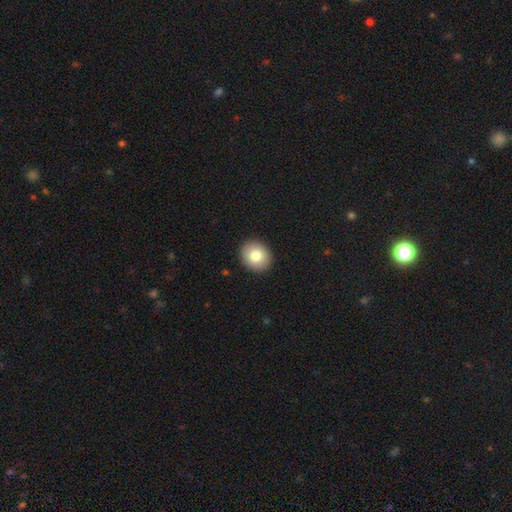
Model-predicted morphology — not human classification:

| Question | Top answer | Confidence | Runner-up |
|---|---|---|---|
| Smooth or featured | smooth | 81% | featured or disk (11%) |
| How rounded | round | 72% | in between (27%) |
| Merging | none | 92% | minor disturbance (5%) |